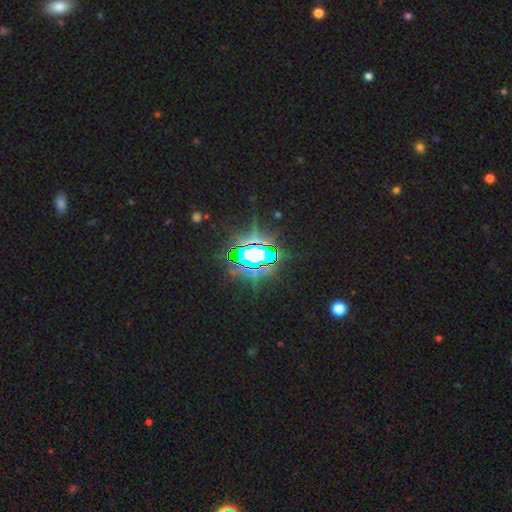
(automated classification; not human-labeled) smooth_or_featured: star or artifact (p=0.81) [alt: smooth p=0.10]